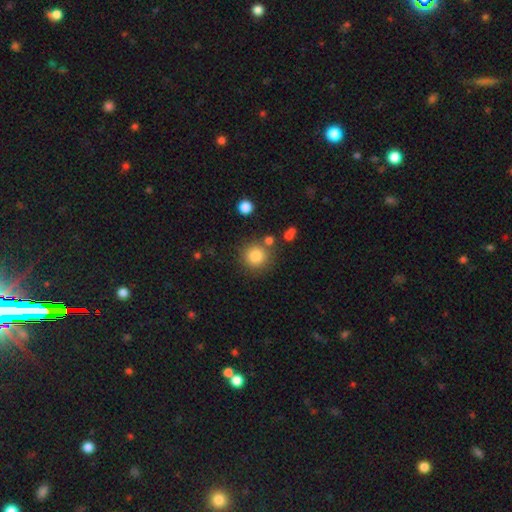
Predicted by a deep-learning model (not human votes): Smooth or featured: smooth — 84% (star or artifact — 10%)
How rounded: round — 93% (in between — 6%)
Merging: none — 79% (minor disturbance — 9%)